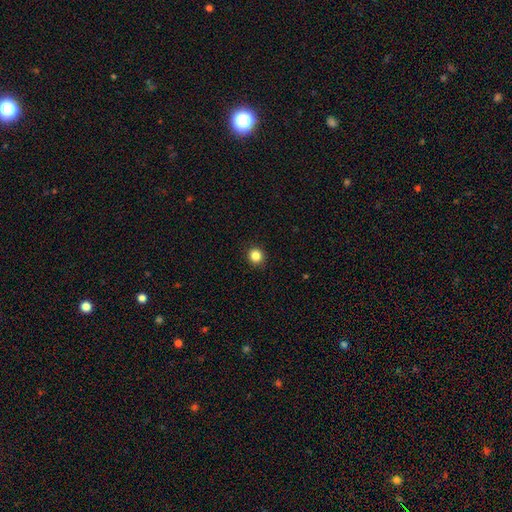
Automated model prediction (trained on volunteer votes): This appears to be a smooth galaxy with no disk features (85%) that is round (90%). Merging: none (92%).